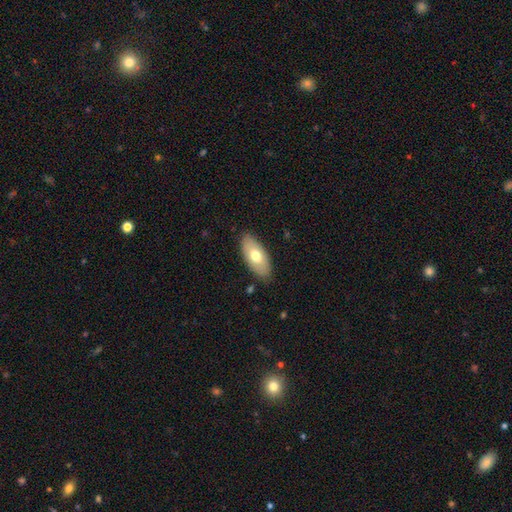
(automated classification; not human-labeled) Q: Smooth or featured?
A: smooth (65%); runner-up: featured or disk (29%)
Q: How rounded?
A: in between (91%); runner-up: cigar-shaped (6%)
Q: Merging?
A: none (84%); runner-up: minor disturbance (12%)